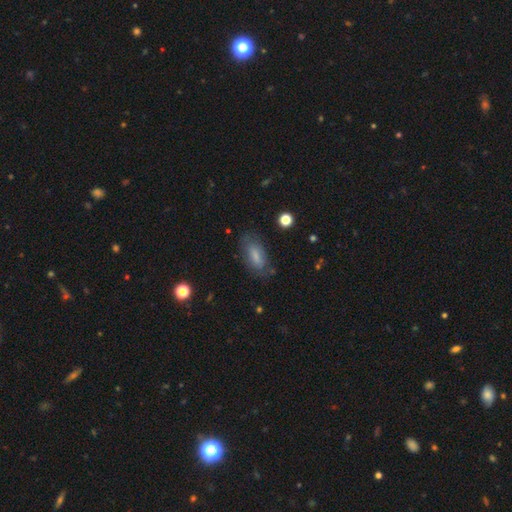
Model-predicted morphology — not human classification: type=smooth (72%); roundness=in between (81%); merging=none (69%).